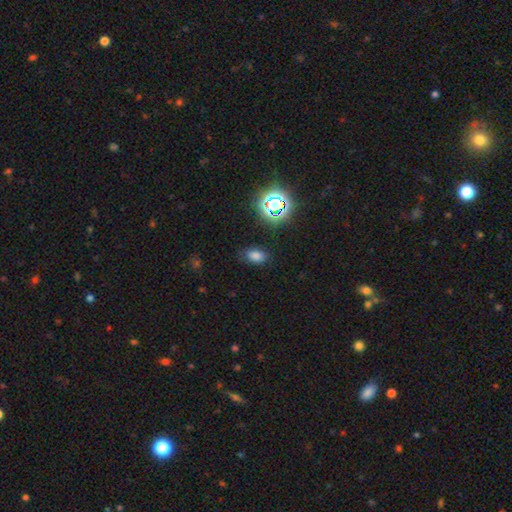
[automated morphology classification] This is likely a smooth galaxy (72%). How rounded: clearly in between (86%). Merging: clearly none (81%).